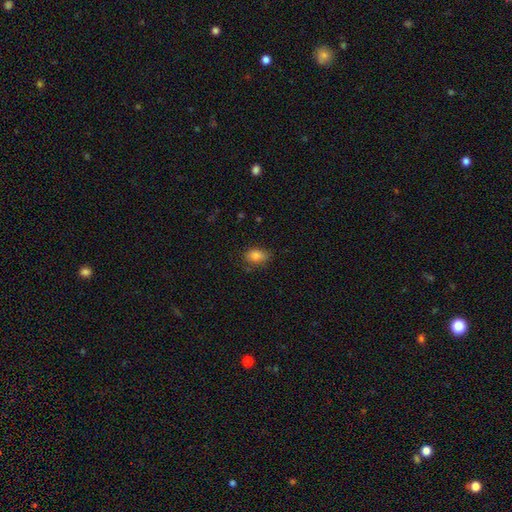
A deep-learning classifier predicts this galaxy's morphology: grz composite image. It shows a smooth galaxy with no disk features (84%) that is in between round and cigar-shaped (80%). Merging: none (75%).